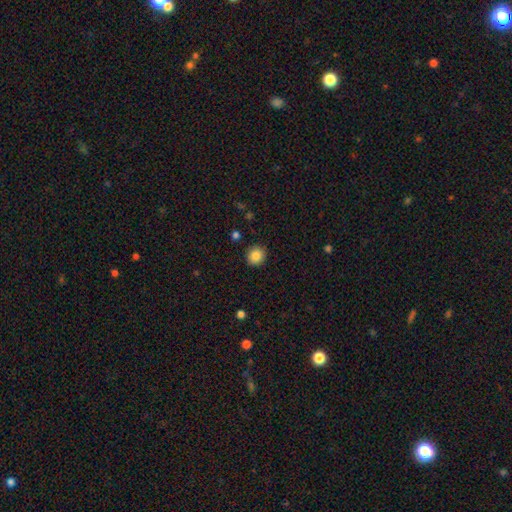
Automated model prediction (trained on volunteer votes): This is clearly a smooth galaxy (86%). How rounded: clearly round (88%). Merging: clearly none (90%).